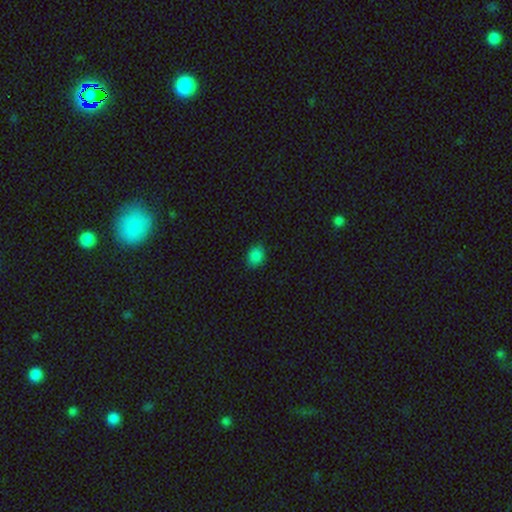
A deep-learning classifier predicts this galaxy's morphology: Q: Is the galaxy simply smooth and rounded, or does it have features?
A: smooth — 85%.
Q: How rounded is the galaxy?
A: in between — 53%.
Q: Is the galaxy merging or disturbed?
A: none — 84%.